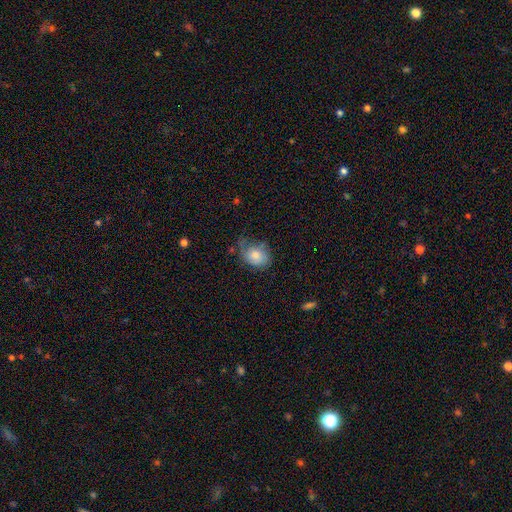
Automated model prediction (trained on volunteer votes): smooth 76%, featured or disk 16%, star or artifact 8%. Down the decision tree: how rounded — in between (60%); merging — none (49%).